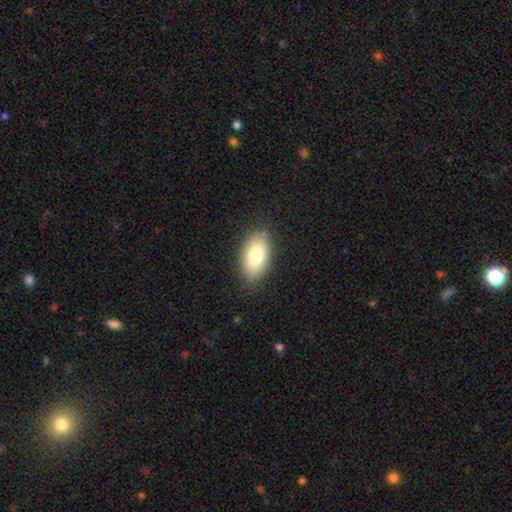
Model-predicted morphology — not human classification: Smooth or featured?
  - smooth: 78% *
  - featured or disk: 14%
  - star or artifact: 8%
How rounded?
  - in between: 92% *
  - round: 6%
  - cigar-shaped: 2%
Merging?
  - none: 83% *
  - minor disturbance: 12%
  - major disturbance: 3%
  - merger: 1%